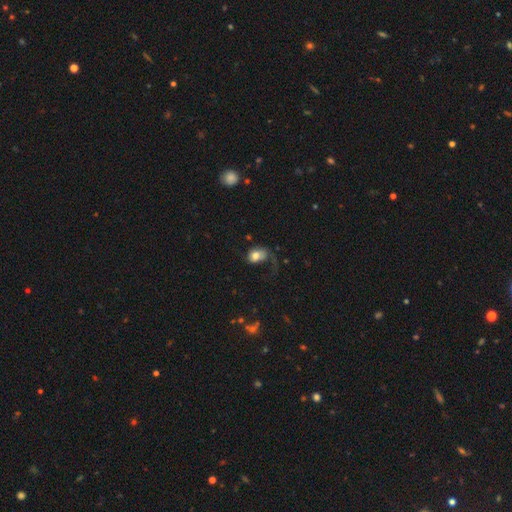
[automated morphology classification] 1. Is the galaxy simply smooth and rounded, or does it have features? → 65% smooth, 26% featured or disk, 9% star or artifact.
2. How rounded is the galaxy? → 68% in between, 30% round, 1% cigar-shaped.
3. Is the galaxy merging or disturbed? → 48% major disturbance, 28% none, 20% minor disturbance, 4% merger.